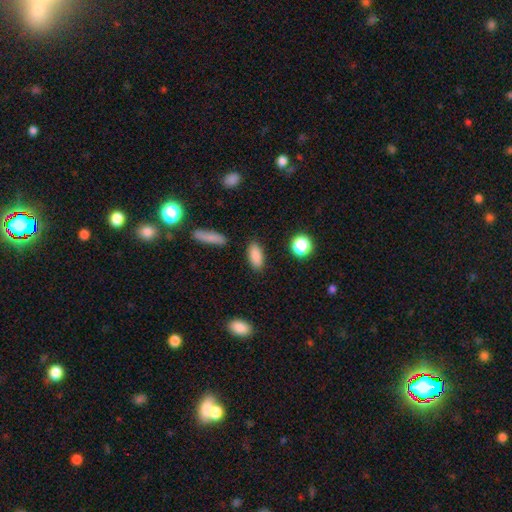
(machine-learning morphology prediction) Smooth or featured?
  - smooth: 86% *
  - star or artifact: 8%
  - featured or disk: 5%
How rounded?
  - in between: 79% *
  - cigar-shaped: 17%
  - round: 4%
Merging?
  - none: 86% *
  - minor disturbance: 9%
  - major disturbance: 3%
  - merger: 2%